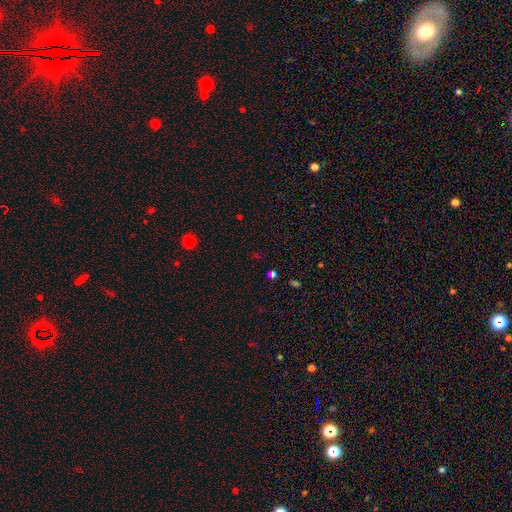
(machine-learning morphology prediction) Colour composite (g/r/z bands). It shows a star or artifact, not a galaxy (56%).